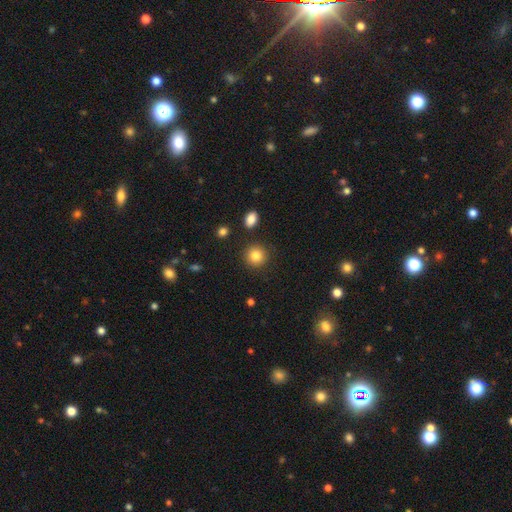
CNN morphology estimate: Smooth or featured?
  - smooth: 84% *
  - star or artifact: 10%
  - featured or disk: 6%
How rounded?
  - round: 92% *
  - in between: 7%
  - cigar-shaped: 1%
Merging?
  - none: 89% *
  - minor disturbance: 6%
  - merger: 3%
  - major disturbance: 2%